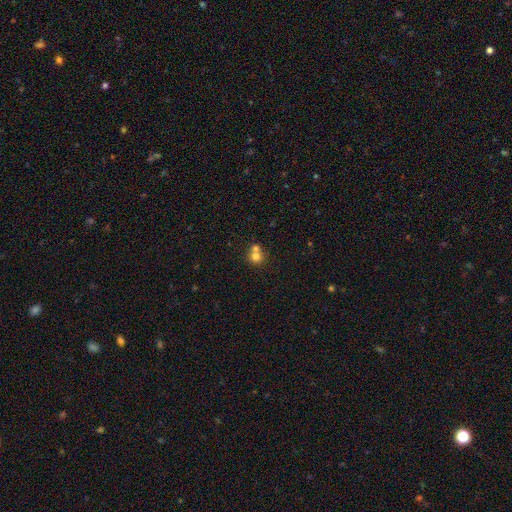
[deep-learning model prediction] This is likely a smooth galaxy (74%). How rounded: clearly round (87%). Merging: possibly merger (50%).